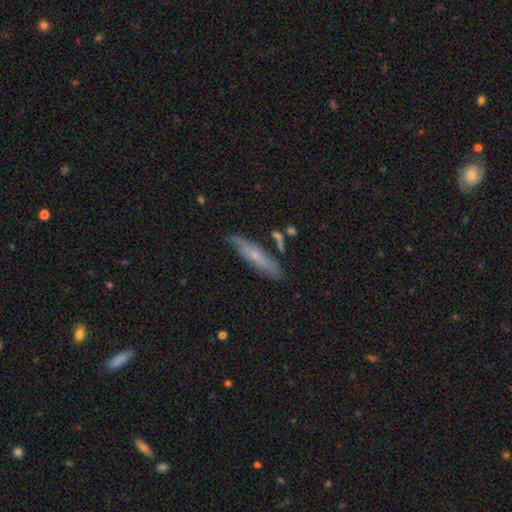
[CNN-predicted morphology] type=smooth (48%); merging=none (72%).